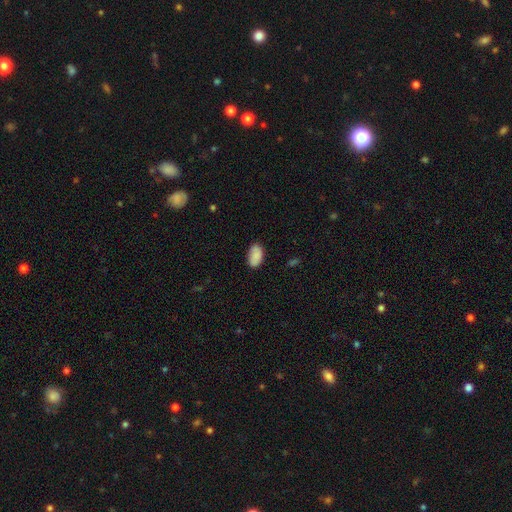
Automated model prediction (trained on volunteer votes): Overall: smooth (88%). How rounded: in between (94%). Merging: none (81%).